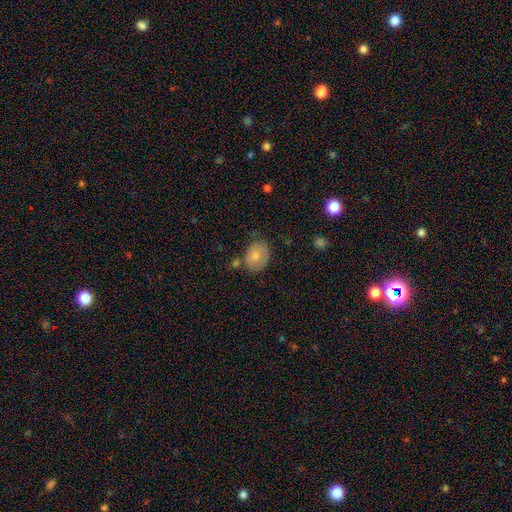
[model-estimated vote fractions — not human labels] Q: Smooth or featured?
A: smooth (73%); runner-up: featured or disk (20%)
Q: How rounded?
A: in between (62%); runner-up: round (37%)
Q: Merging?
A: none (61%); runner-up: minor disturbance (25%)